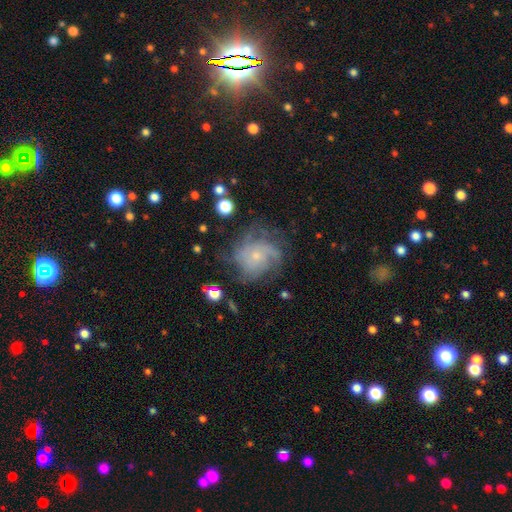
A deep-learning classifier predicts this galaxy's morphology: smooth-or-featured: featured or disk: 74% | smooth: 16% | star or artifact: 10%
  disk-edge-on: no: 98% | yes: 2%
    bar: no: 81% | weak: 17% | strong: 2%
    has-spiral-arms: yes: 90% | no: 10%
      spiral-winding: tight: 45% | medium: 38% | loose: 17%
      spiral-arm-count: can't tell: 37% | 3: 21% | 4: 15% | 2: 13% | more than 4: 7% | 1: 7%
    bulge-size: small: 75% | moderate: 18% | none: 4% | large: 1% | dominant: 1%
  merging: none: 61% | minor disturbance: 22% | major disturbance: 16% | merger: 2%